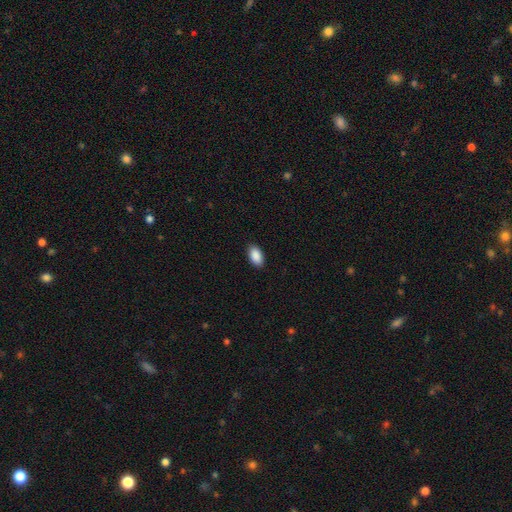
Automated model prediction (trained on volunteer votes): This is clearly a smooth galaxy (90%). How rounded: clearly in between (94%). Merging: clearly none (90%).